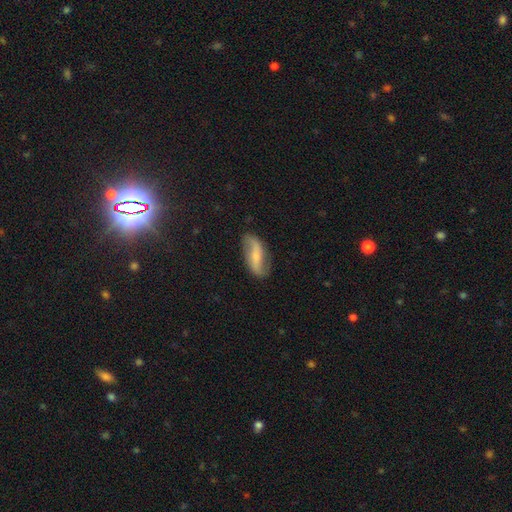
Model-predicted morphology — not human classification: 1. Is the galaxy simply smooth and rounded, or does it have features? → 69% featured or disk, 25% smooth, 6% star or artifact.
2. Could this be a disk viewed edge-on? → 92% no, 8% yes.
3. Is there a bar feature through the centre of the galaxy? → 37% strong, 35% weak, 28% no.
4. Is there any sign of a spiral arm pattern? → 91% yes, 9% no.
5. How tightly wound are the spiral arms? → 77% loose, 16% medium, 7% tight.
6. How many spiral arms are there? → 91% 2, 3% can't tell, 2% 1, 1% 3, 1% 4, 1% more than 4.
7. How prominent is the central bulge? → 46% small, 29% moderate, 19% none, 4% large, 2% dominant.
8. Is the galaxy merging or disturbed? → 78% none, 15% minor disturbance, 5% major disturbance, 2% merger.